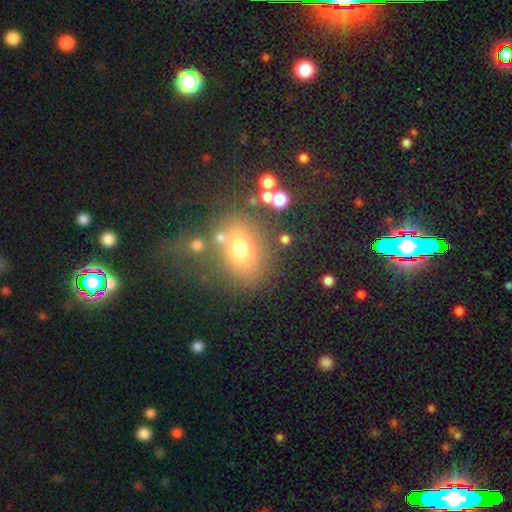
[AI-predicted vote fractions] Smooth or featured? smooth (67%)
How rounded? in between (63%)
Merging? none (65%)